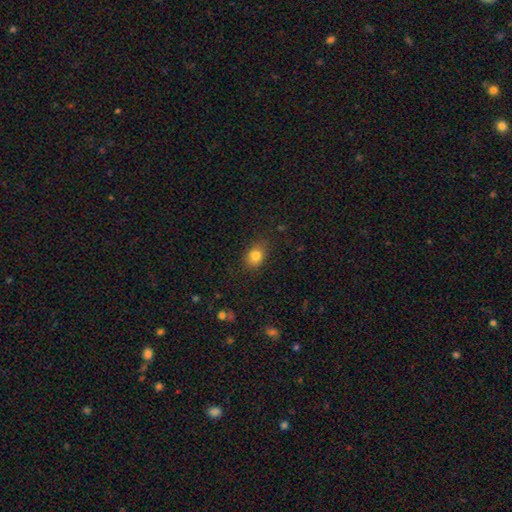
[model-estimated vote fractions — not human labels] Overall: smooth (81%). How rounded: in between (50%; round 49%). Merging: none (79%).